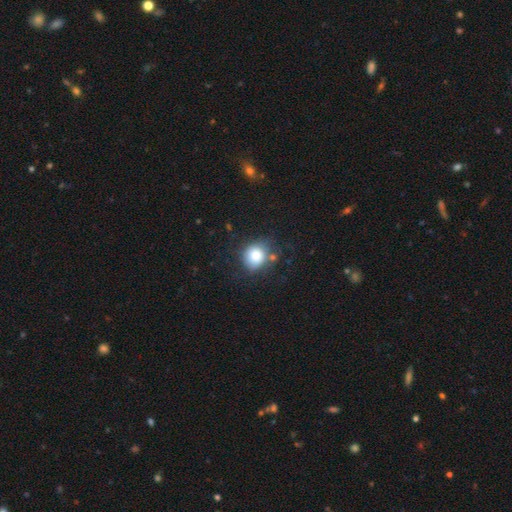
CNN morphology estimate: Overall: smooth (81%). How rounded: round (78%). Merging: none (67%).